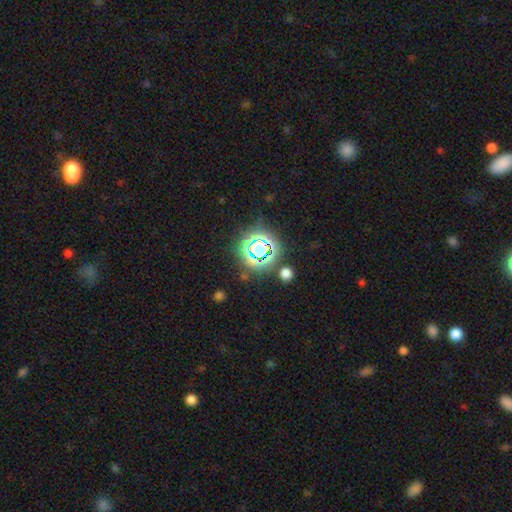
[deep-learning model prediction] Smooth or featured: star or artifact — 66% (smooth — 24%)